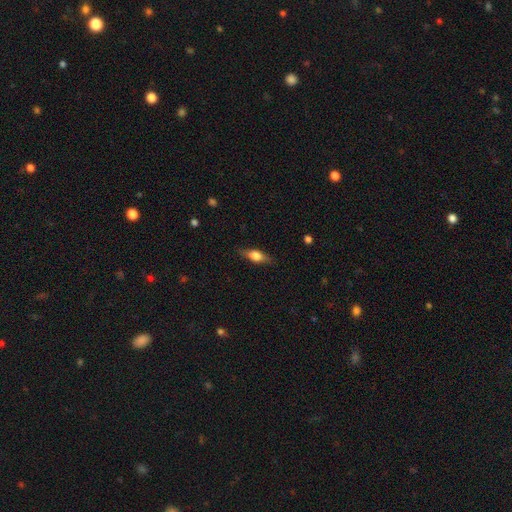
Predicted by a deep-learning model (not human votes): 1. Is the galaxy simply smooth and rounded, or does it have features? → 50% smooth, 43% featured or disk, 7% star or artifact.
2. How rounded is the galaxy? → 57% in between, 36% cigar-shaped, 6% round.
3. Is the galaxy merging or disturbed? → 83% none, 13% minor disturbance, 3% major disturbance, 1% merger.